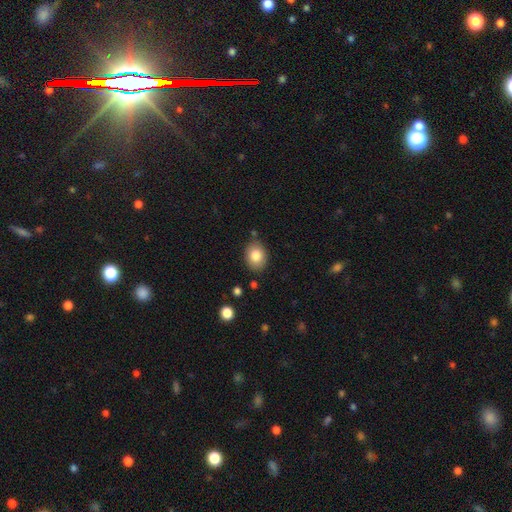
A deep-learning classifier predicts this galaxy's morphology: smooth-or-featured: smooth: 82% | featured or disk: 9% | star or artifact: 8%
  how-rounded: in between: 58% | round: 41% | cigar-shaped: 1%
  merging: none: 83% | minor disturbance: 12% | merger: 3% | major disturbance: 3%